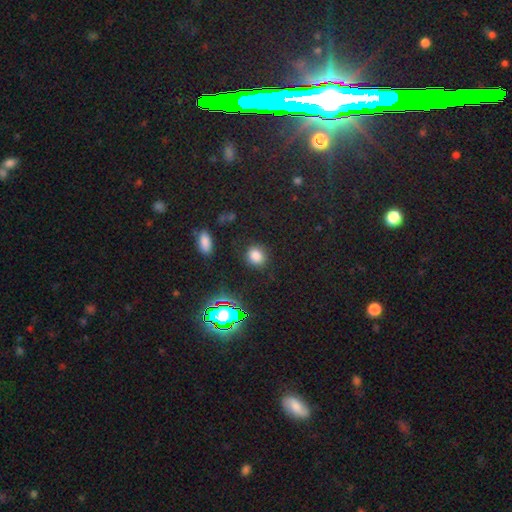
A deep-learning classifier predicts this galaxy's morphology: This is likely a smooth galaxy (76%). How rounded: likely round (71%). Merging: clearly none (85%).